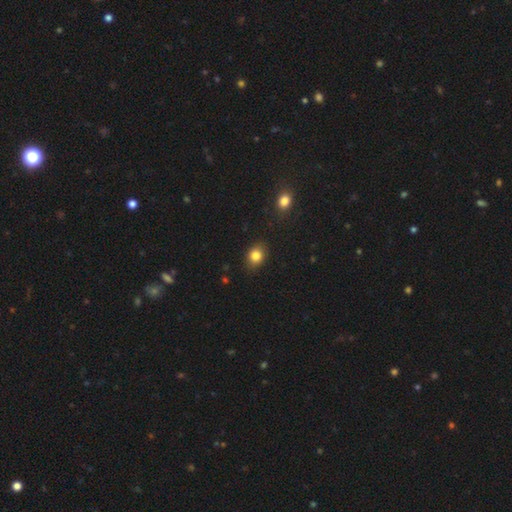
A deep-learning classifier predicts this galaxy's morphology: smooth 84%, star or artifact 10%, featured or disk 6%. Down the decision tree: how rounded — round (56%); merging — none (85%).